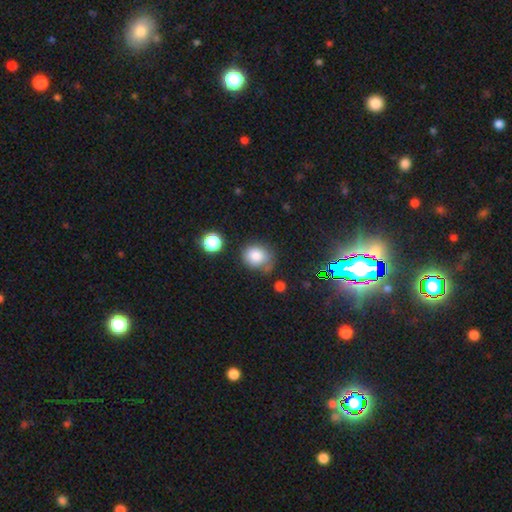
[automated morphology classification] Overall: smooth (82%). How rounded: round (66%; in between 33%). Merging: none (62%; minor disturbance 24%).